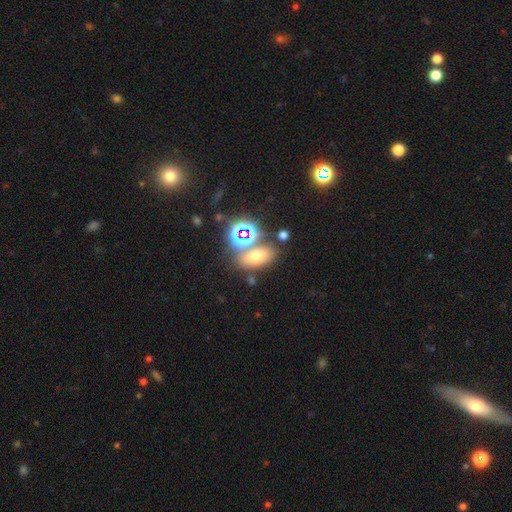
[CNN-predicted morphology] Smooth or featured: smooth — 55% (star or artifact — 33%)
How rounded: in between — 72% (round — 23%)
Merging: none — 66% (merger — 18%)